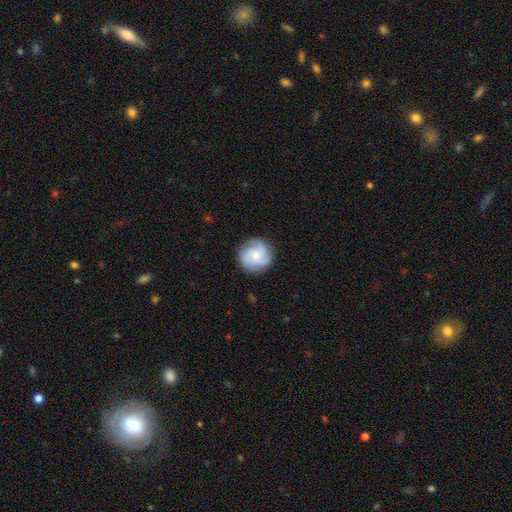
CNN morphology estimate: This appears to be a featured or disk galaxy (58%) with no bar (76%), 3 (55%) medium (43%) spiral arms (92%) and a small central bulge (48%). Merging: none (82%).